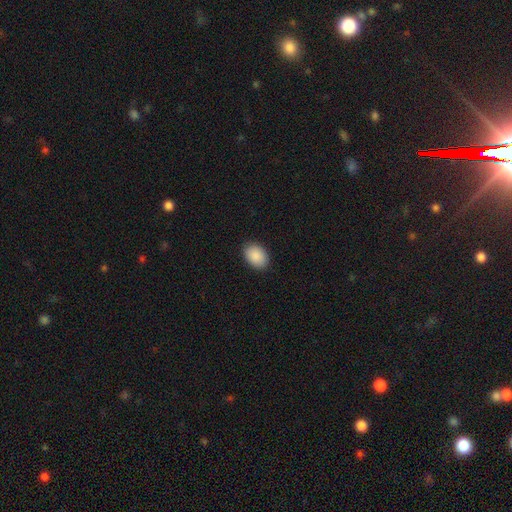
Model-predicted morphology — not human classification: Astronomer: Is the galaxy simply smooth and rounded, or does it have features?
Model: smooth — 90%.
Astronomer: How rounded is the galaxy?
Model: in between — 82%.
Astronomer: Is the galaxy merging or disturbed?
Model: none — 89%.